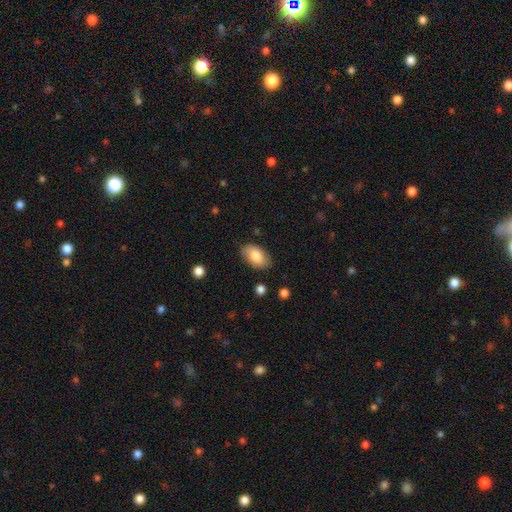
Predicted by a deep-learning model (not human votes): Smooth or featured: smooth — 83% (featured or disk — 11%)
How rounded: in between — 93% (round — 5%)
Merging: none — 83% (minor disturbance — 13%)